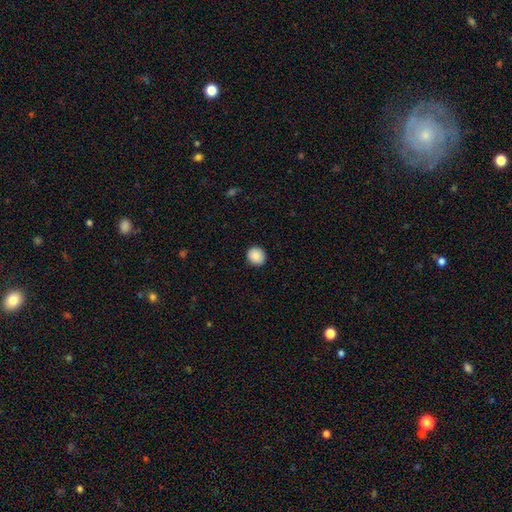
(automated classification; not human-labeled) smooth-or-featured: smooth: 89% | star or artifact: 8% | featured or disk: 4%
  how-rounded: round: 83% | in between: 16% | cigar-shaped: 1%
  merging: none: 91% | minor disturbance: 6% | major disturbance: 2% | merger: 1%